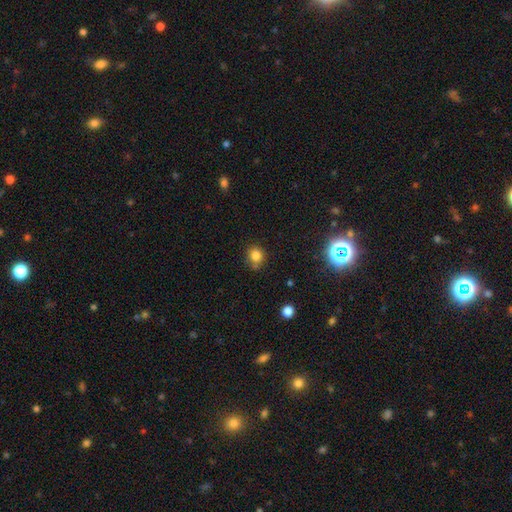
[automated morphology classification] This appears to be a smooth galaxy with no disk features (80%) that is round (83%). Merging: none (72%).